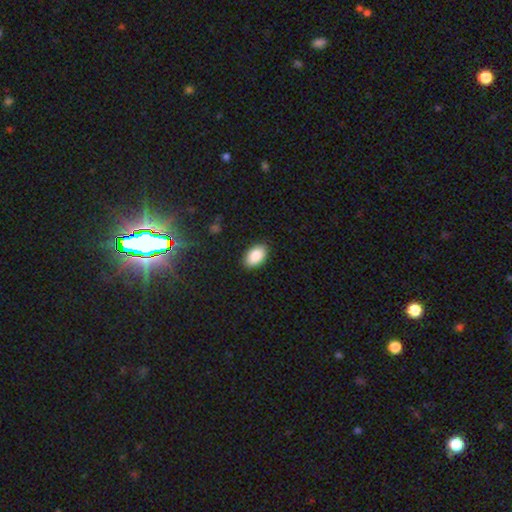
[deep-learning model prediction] smooth_or_featured: smooth (p=0.89) [alt: star or artifact p=0.07]
how_rounded: in between (p=0.93) [alt: round p=0.06]
merging: none (p=0.88) [alt: minor disturbance p=0.09]